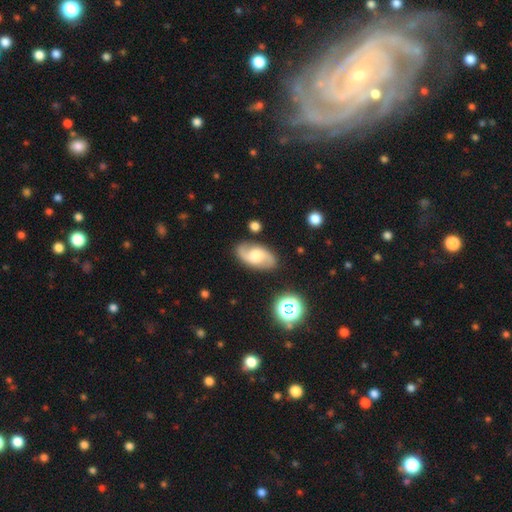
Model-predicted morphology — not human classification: featured or disk 70%, smooth 22%, star or artifact 8%. Down the decision tree: edge-on disk — no (94%); bar — no (54%); spiral arms — yes (92%); spiral arm count — 2 (91%); spiral winding — loose (46%); bulge size — moderate (53%); merging — none (83%).